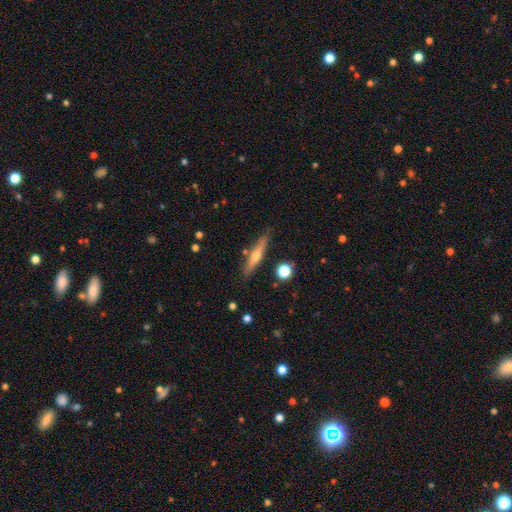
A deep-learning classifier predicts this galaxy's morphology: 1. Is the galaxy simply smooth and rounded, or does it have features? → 54% featured or disk, 39% smooth, 7% star or artifact.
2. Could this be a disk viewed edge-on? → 94% yes, 6% no.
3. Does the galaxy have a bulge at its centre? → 84% rounded, 12% none, 4% boxy.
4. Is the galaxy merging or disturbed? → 84% none, 10% minor disturbance, 3% merger, 2% major disturbance.